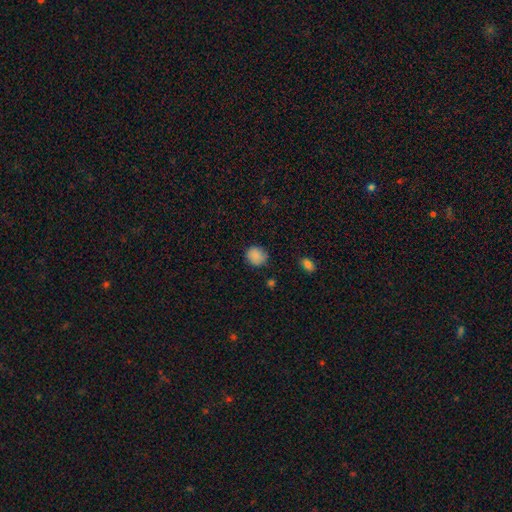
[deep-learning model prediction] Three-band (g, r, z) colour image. It shows a smooth galaxy with no disk features (86%) that is round (79%). Merging: none (81%).